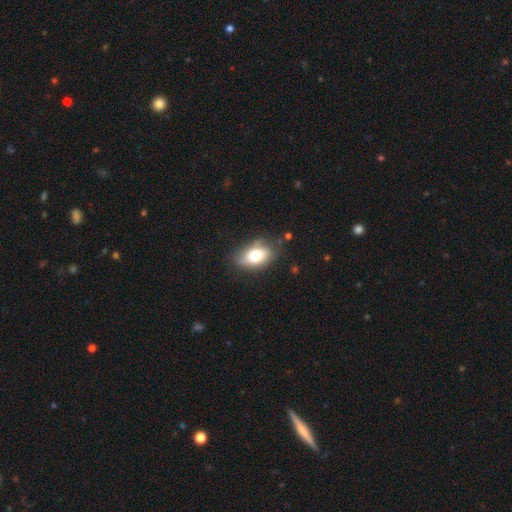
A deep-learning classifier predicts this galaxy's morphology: A smooth galaxy with no disk features (78%) that is in between round and cigar-shaped (89%).

Vote fractions:
- Smooth or featured? smooth: 78% / featured or disk: 14% / star or artifact: 8%
- How rounded? in between: 89% / round: 9% / cigar-shaped: 2%
- Merging? none: 70% / minor disturbance: 22% / major disturbance: 6% / merger: 3%